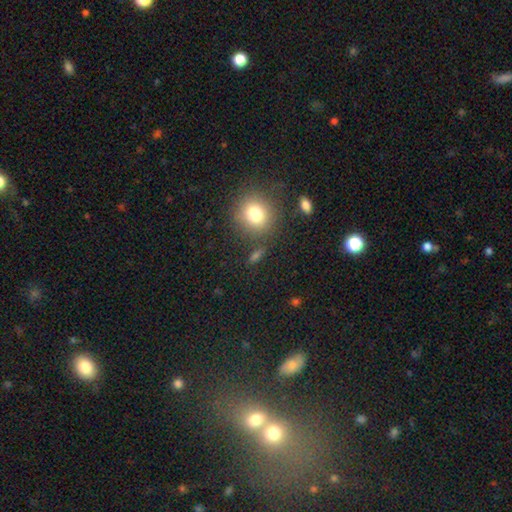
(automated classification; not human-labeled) smooth_or_featured: smooth (p=0.65) [alt: star or artifact p=0.23]
how_rounded: round (p=0.56) [alt: in between p=0.35]
merging: none (p=0.79) [alt: minor disturbance p=0.10]